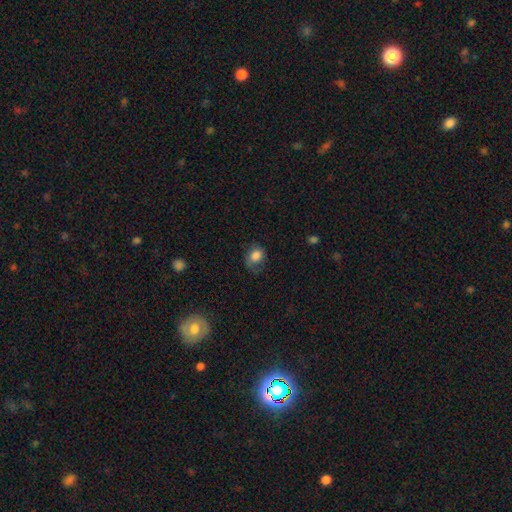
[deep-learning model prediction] A smooth galaxy with no disk features (81%) that is round (56%). Merging: none (50%).